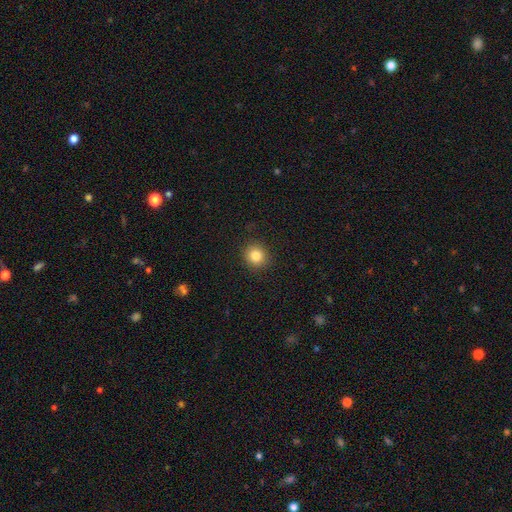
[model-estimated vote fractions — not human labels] smooth_or_featured: smooth (p=0.83) [alt: star or artifact p=0.11]
how_rounded: round (p=0.87) [alt: in between p=0.12]
merging: none (p=0.90) [alt: minor disturbance p=0.07]